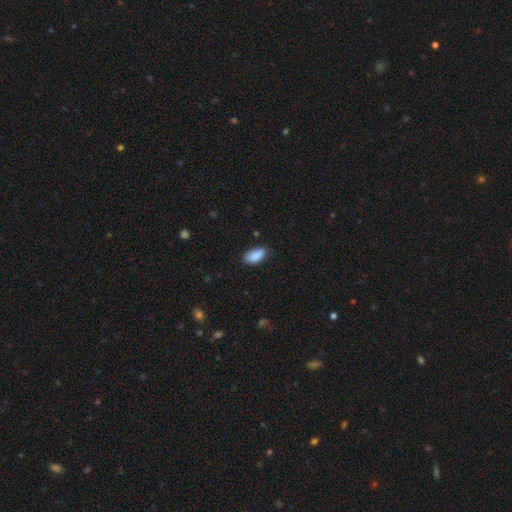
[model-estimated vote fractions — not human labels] Smooth or featured?
  - smooth: 88% *
  - star or artifact: 7%
  - featured or disk: 4%
How rounded?
  - in between: 91% *
  - cigar-shaped: 6%
  - round: 3%
Merging?
  - none: 73% *
  - minor disturbance: 21%
  - major disturbance: 4%
  - merger: 2%